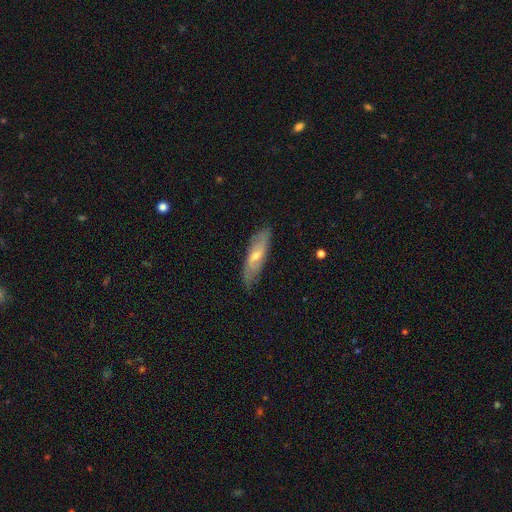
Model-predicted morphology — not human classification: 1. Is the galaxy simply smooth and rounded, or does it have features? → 57% featured or disk, 36% smooth, 7% star or artifact.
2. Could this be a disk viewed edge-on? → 67% no, 33% yes.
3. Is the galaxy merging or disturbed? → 78% none, 17% minor disturbance, 3% major disturbance, 1% merger.